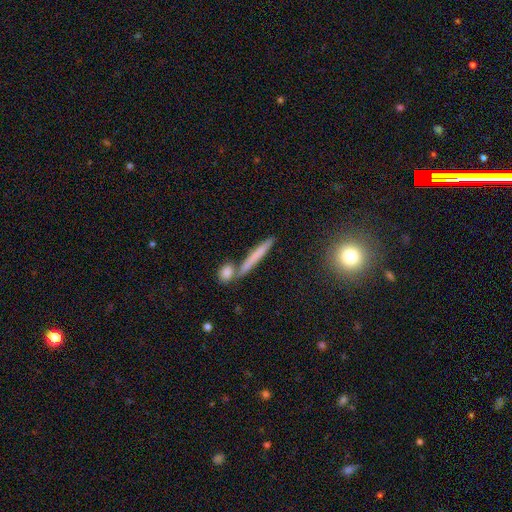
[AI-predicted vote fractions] This appears to be a smooth galaxy with no disk features (63%) that is cigar-shaped (91%). Merging: none (74%).